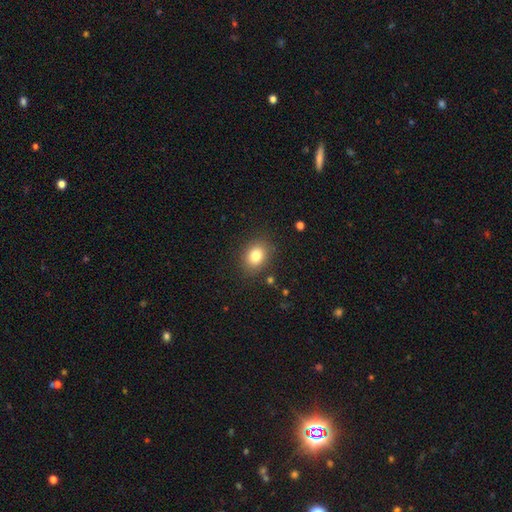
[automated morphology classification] A smooth galaxy with no disk features (81%) that is in between round and cigar-shaped (51%).

Vote fractions:
- Smooth or featured? smooth: 81% / star or artifact: 11% / featured or disk: 8%
- How rounded? in between: 51% / round: 48% / cigar-shaped: 1%
- Merging? none: 86% / minor disturbance: 10% / major disturbance: 3% / merger: 2%